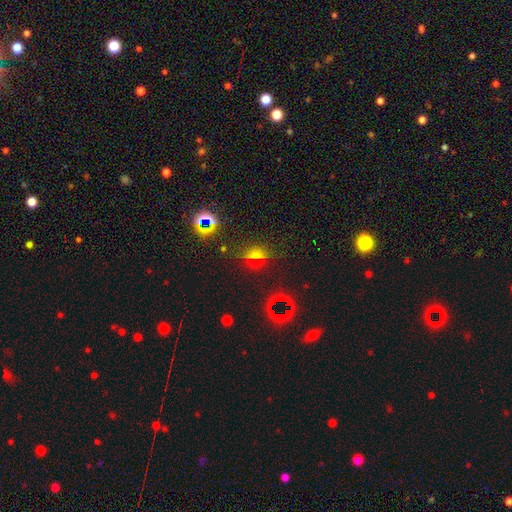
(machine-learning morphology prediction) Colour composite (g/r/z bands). It shows a star or artifact, not a galaxy (46%).